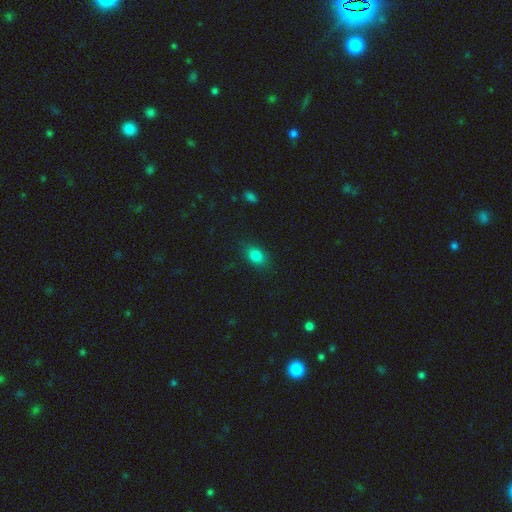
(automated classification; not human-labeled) Overall: smooth (83%). How rounded: in between (80%). Merging: none (85%).